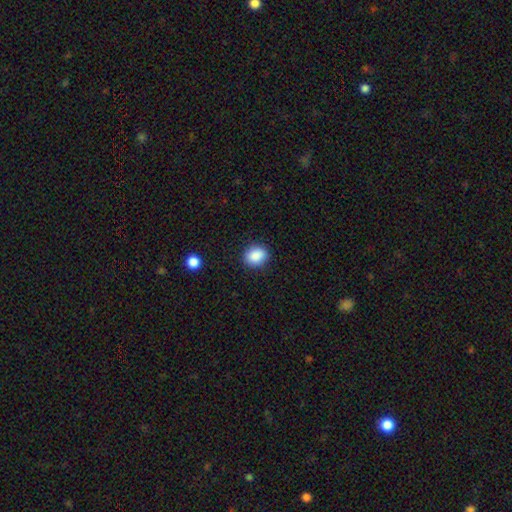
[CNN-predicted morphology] Smooth or featured: smooth — 88% (star or artifact — 8%)
How rounded: round — 55% (in between — 44%)
Merging: none — 88% (minor disturbance — 9%)